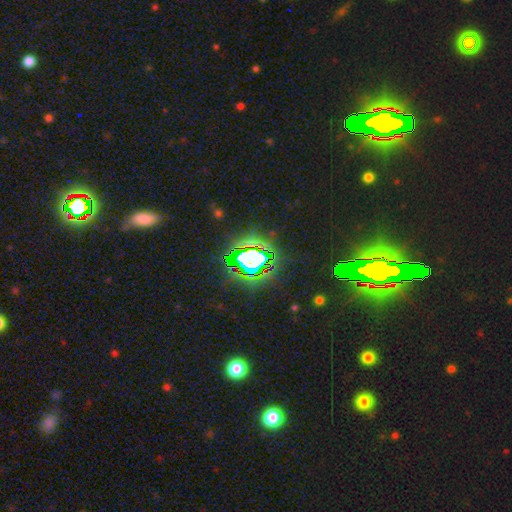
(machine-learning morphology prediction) Smooth or featured? star or artifact (73%)